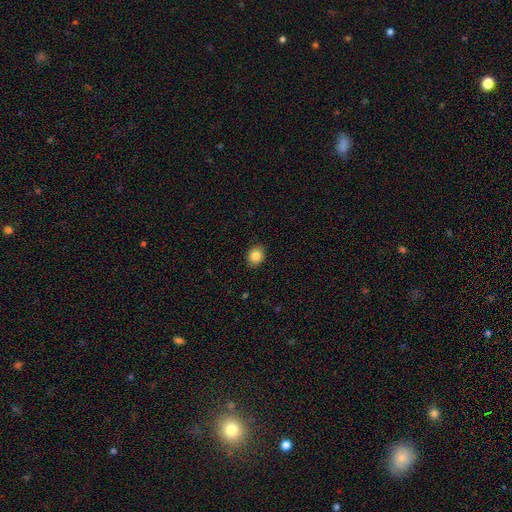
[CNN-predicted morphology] A smooth galaxy with no disk features (85%) that is round (52%). Merging: none (89%).